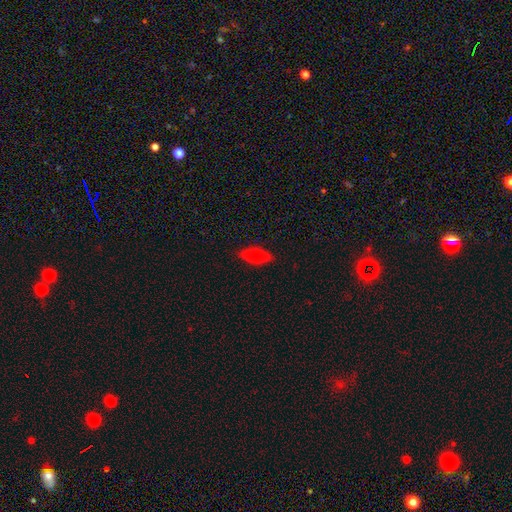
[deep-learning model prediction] This appears to be a smooth galaxy with no disk features (69%) that is in between round and cigar-shaped (54%). Merging: none (88%).